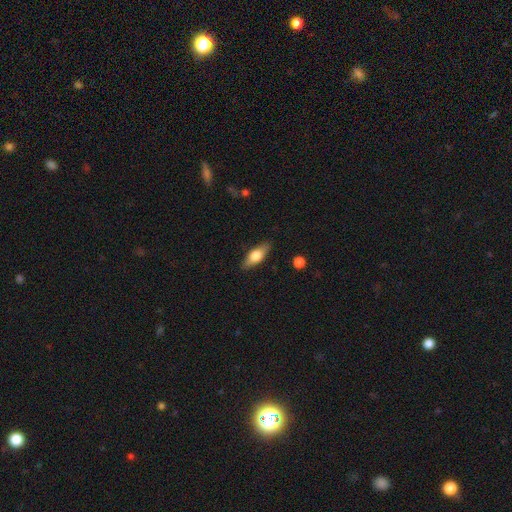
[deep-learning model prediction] Smooth or featured? smooth (63%)
How rounded? in between (68%)
Merging? none (86%)